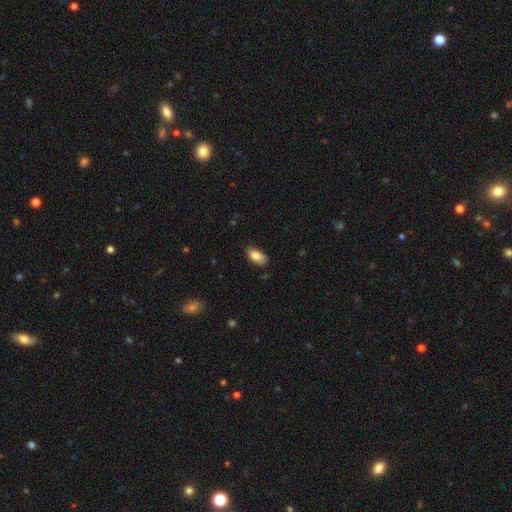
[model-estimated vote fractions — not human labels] A smooth galaxy with no disk features (86%) that is in between round and cigar-shaped (92%).

Vote fractions:
- Smooth or featured? smooth: 86% / star or artifact: 7% / featured or disk: 7%
- How rounded? in between: 92% / cigar-shaped: 4% / round: 3%
- Merging? none: 80% / minor disturbance: 16% / major disturbance: 3% / merger: 1%